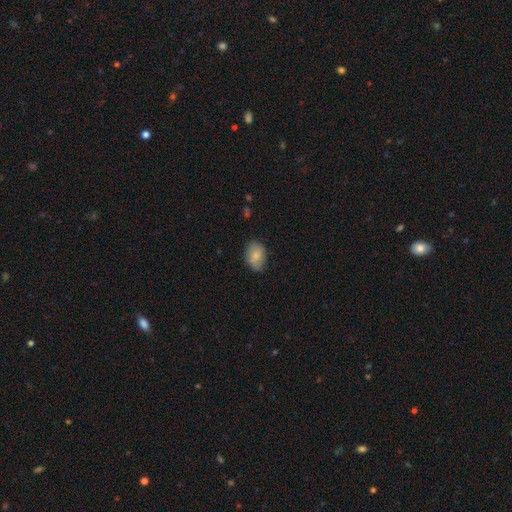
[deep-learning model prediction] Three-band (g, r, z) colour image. It shows a smooth galaxy with no disk features (77%) that is in between round and cigar-shaped (76%). Merging: none (81%).